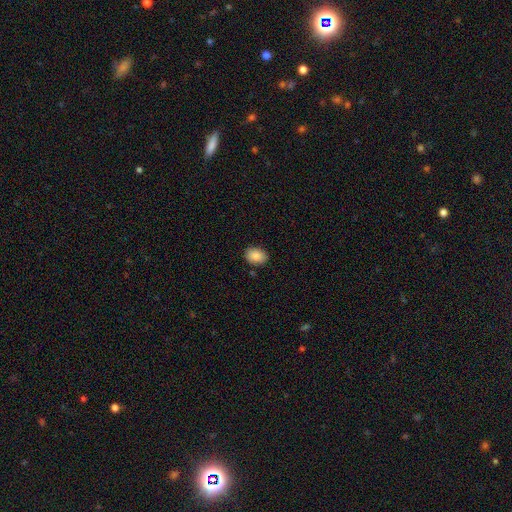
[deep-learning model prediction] Smooth or featured?
  - smooth: 88% *
  - star or artifact: 7%
  - featured or disk: 5%
How rounded?
  - in between: 76% *
  - round: 23%
  - cigar-shaped: 1%
Merging?
  - none: 86% *
  - minor disturbance: 10%
  - major disturbance: 2%
  - merger: 1%